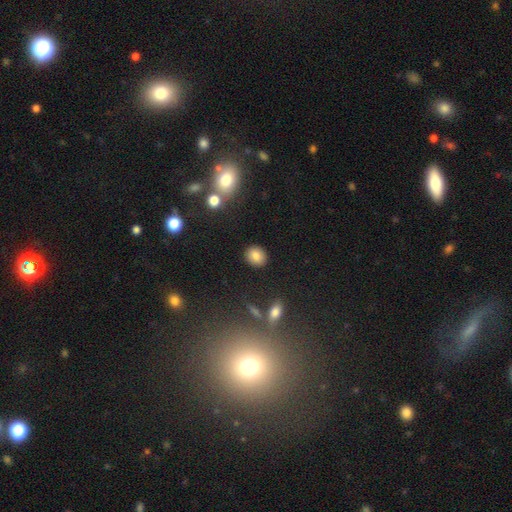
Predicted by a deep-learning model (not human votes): smooth 83%, star or artifact 10%, featured or disk 7%. Down the decision tree: how rounded — round (65%); merging — none (89%).